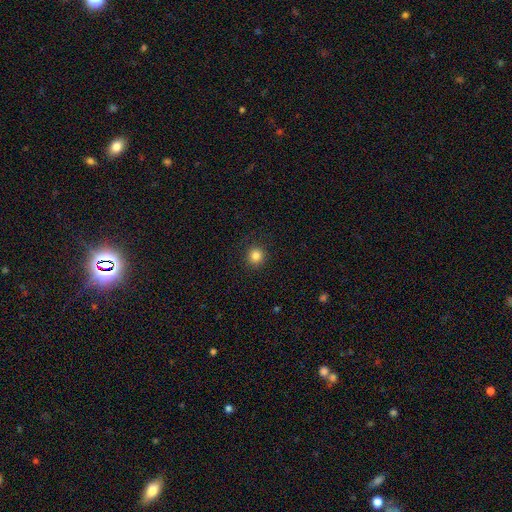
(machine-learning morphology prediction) Smooth or featured? Predicted: smooth (p=0.84). How rounded? Predicted: round (p=0.93). Merging? Predicted: none (p=0.91).